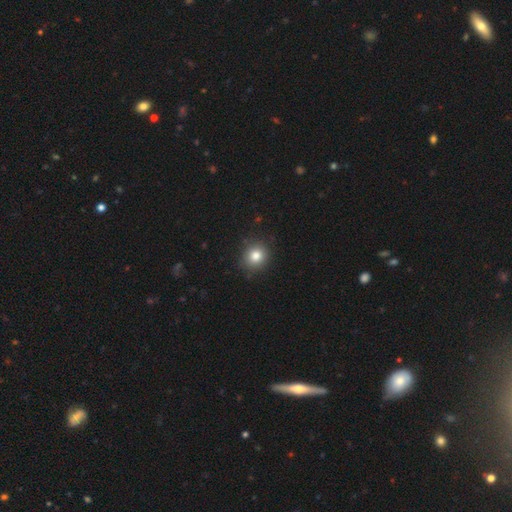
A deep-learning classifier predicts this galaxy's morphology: A smooth galaxy with no disk features (82%) that is round (85%). Merging: none (89%).